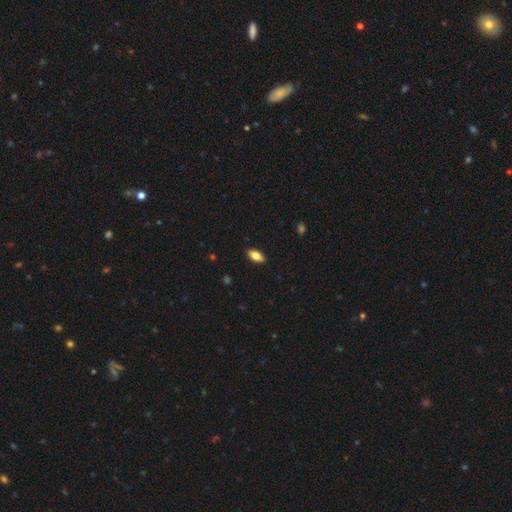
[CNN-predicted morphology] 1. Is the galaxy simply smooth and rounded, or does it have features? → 76% smooth, 17% featured or disk, 7% star or artifact.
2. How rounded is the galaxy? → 89% in between, 8% cigar-shaped, 4% round.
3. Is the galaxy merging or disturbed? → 89% none, 8% minor disturbance, 2% major disturbance, 1% merger.